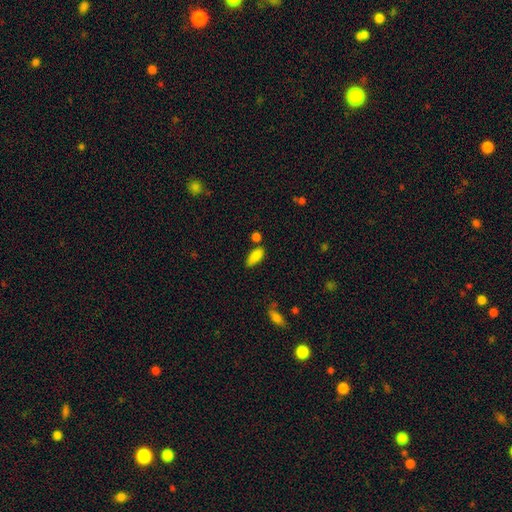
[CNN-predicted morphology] smooth_or_featured: smooth (p=0.86) [alt: star or artifact p=0.08]
how_rounded: in between (p=0.81) [alt: cigar-shaped p=0.16]
merging: none (p=0.66) [alt: minor disturbance p=0.20]